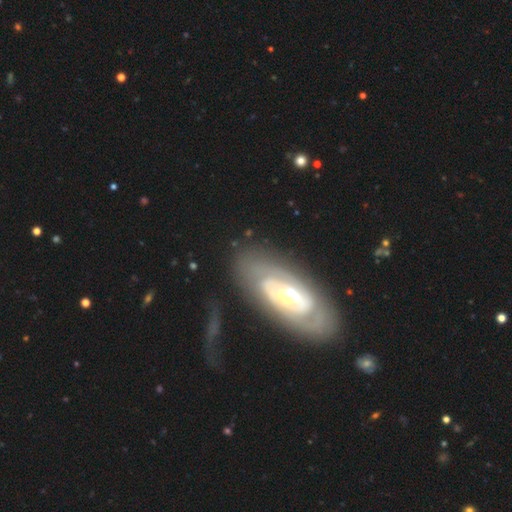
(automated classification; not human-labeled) Overall: featured or disk (78%). Edge-on disk: no (90%). Bar: no (53%; weak 30%). Spiral arms: yes (67%; no 33%). Bulge size: moderate (53%; small 39%). Merging: none (73%).